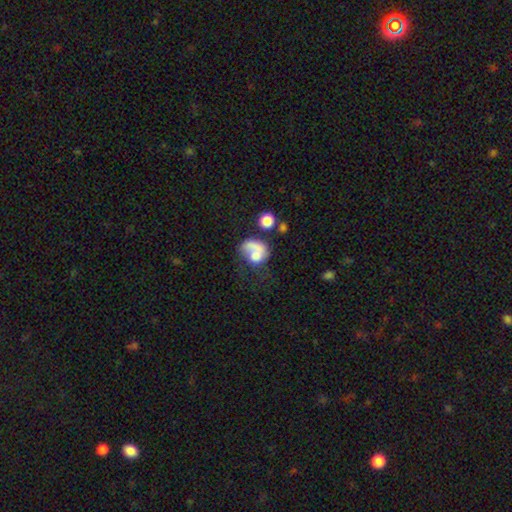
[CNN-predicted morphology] Q: Smooth or featured?
A: smooth (53%); runner-up: featured or disk (38%)
Q: How rounded?
A: round (50%); runner-up: in between (48%)
Q: Merging?
A: major disturbance (36%); runner-up: none (25%)